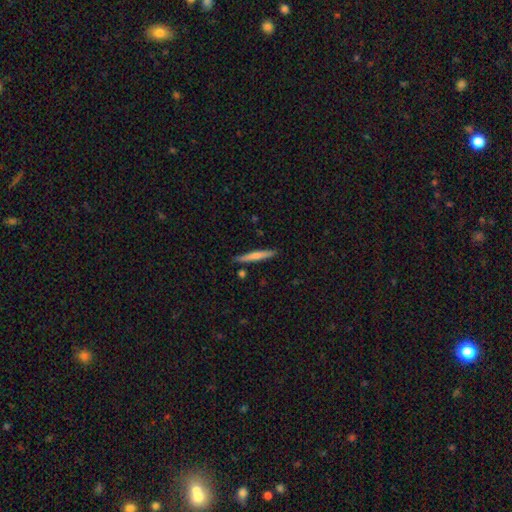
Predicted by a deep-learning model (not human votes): A smooth galaxy with no disk features (60%) that is cigar-shaped (94%).

Vote fractions:
- Smooth or featured? smooth: 60% / featured or disk: 35% / star or artifact: 5%
- How rounded? cigar-shaped: 94% / in between: 4% / round: 1%
- Merging? none: 85% / minor disturbance: 10% / merger: 3% / major disturbance: 2%